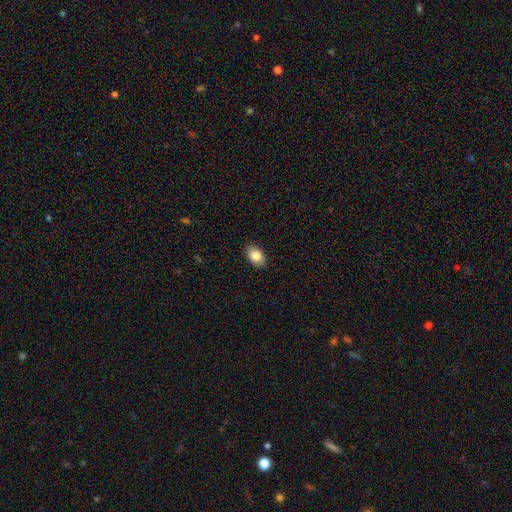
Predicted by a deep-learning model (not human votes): This appears to be a smooth galaxy with no disk features (84%) that is in between round and cigar-shaped (88%). Merging: none (89%).